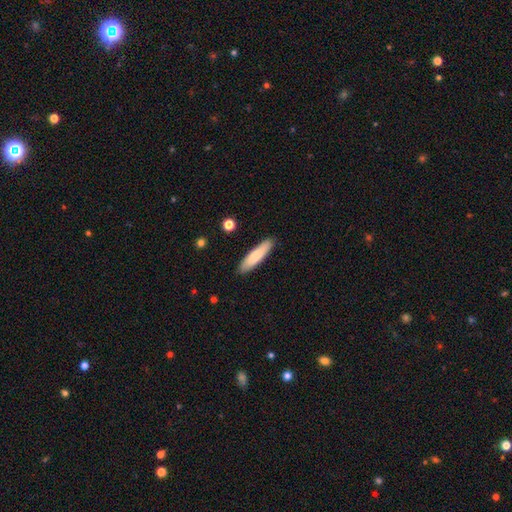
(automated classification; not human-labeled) The model was most divided on "how rounded": cigar-shaped: 76%, in between: 22%, round: 1%. More confident: merging — none (88%); smooth or featured — smooth (79%).